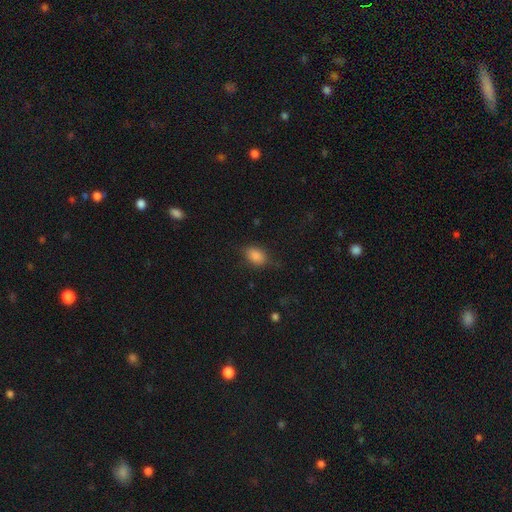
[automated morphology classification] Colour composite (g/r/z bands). It shows a smooth galaxy with no disk features (85%) that is in between round and cigar-shaped (79%). Merging: none (74%).